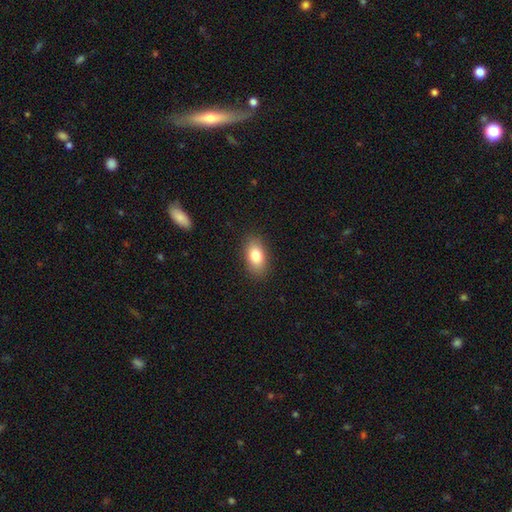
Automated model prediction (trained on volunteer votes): smooth 81%, featured or disk 11%, star or artifact 8%. Down the decision tree: how rounded — in between (89%); merging — none (87%).